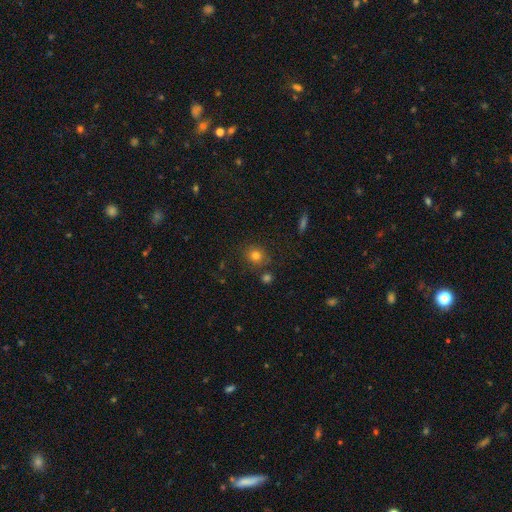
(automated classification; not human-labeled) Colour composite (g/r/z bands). It shows a smooth galaxy with no disk features (78%) that is round (81%). Merging: none (81%).